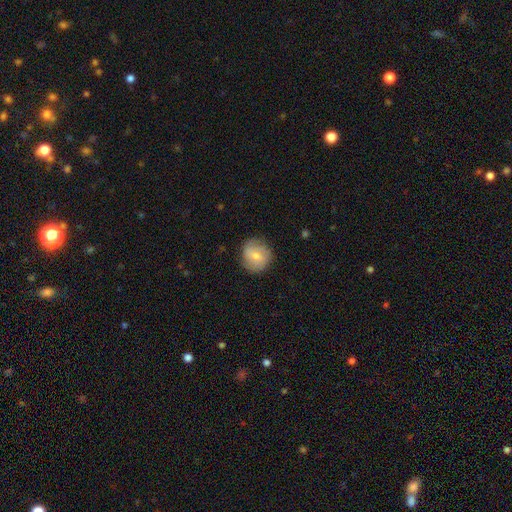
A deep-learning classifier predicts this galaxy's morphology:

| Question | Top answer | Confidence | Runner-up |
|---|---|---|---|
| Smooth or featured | smooth | 59% | featured or disk (34%) |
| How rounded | round | 87% | in between (12%) |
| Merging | none | 79% | minor disturbance (15%) |